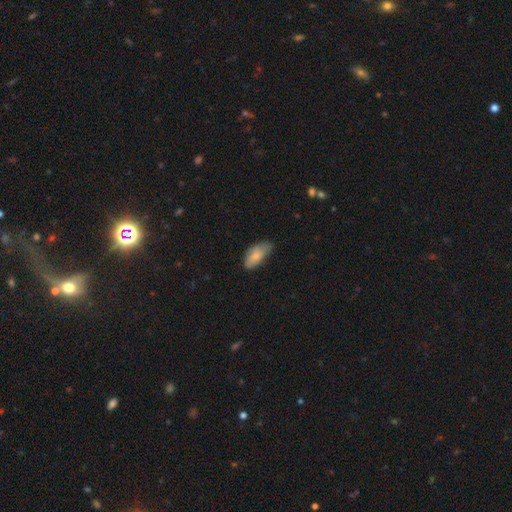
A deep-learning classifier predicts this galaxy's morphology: A smooth galaxy with no disk features (76%) that is in between round and cigar-shaped (91%). Merging: minor disturbance (44%).